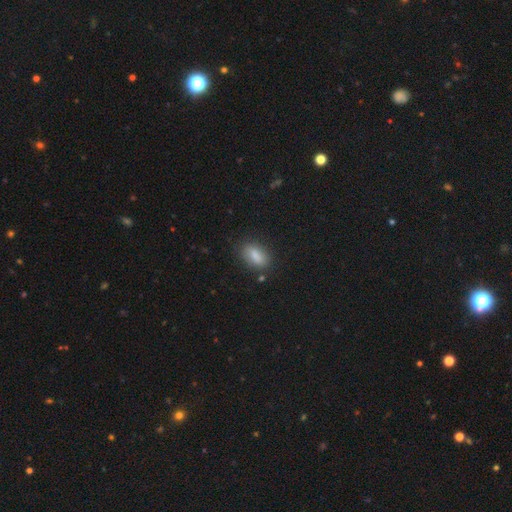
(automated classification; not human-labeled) Morphology: type=smooth (85%); roundness=in between (87%); merging=none (80%).